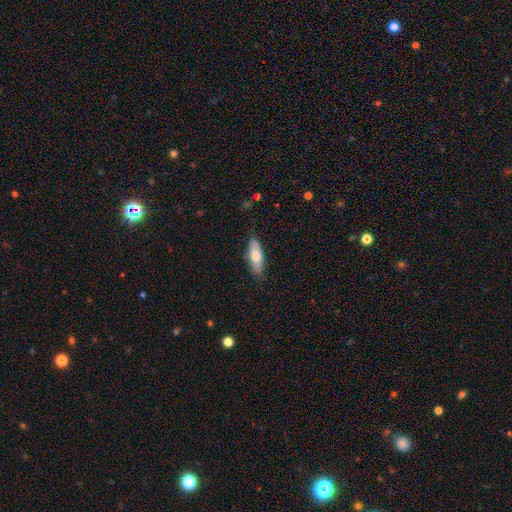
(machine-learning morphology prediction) This is likely a smooth galaxy (67%). How rounded: likely in between (65%). Merging: likely none (80%).